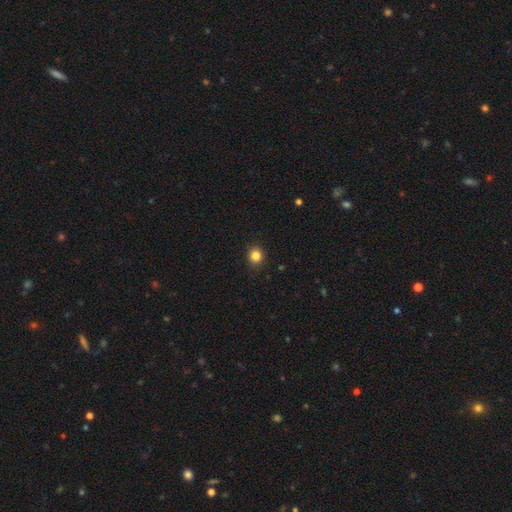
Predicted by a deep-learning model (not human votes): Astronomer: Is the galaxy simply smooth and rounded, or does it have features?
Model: smooth — 84%.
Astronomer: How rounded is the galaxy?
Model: round — 84%.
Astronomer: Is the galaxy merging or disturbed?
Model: none — 90%.